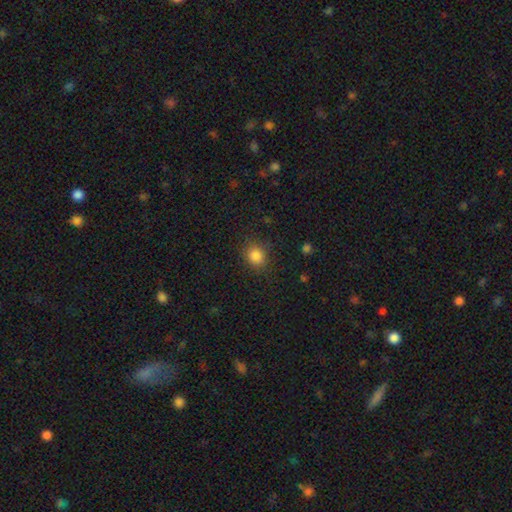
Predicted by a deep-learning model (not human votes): smooth-or-featured: smooth: 84% | star or artifact: 12% | featured or disk: 5%
  how-rounded: round: 63% | in between: 36% | cigar-shaped: 1%
  merging: none: 83% | minor disturbance: 12% | major disturbance: 4% | merger: 1%